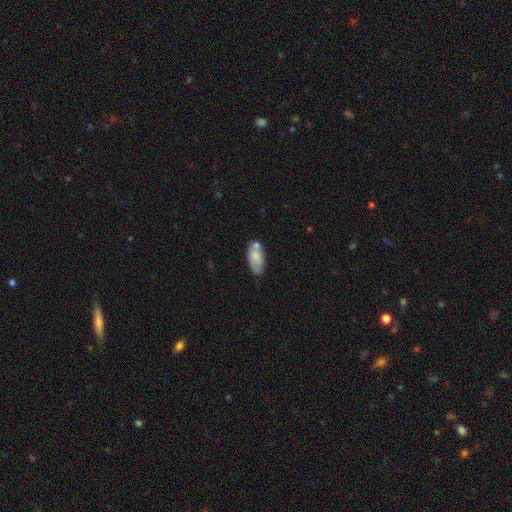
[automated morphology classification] smooth-or-featured: smooth: 73% | featured or disk: 20% | star or artifact: 7%
  how-rounded: in between: 88% | cigar-shaped: 9% | round: 3%
  merging: none: 51% | minor disturbance: 23% | merger: 20% | major disturbance: 6%